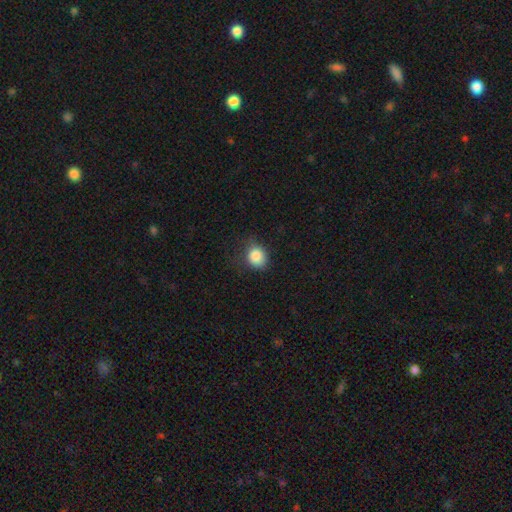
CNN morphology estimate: Smooth or featured: smooth — 85% (star or artifact — 10%)
How rounded: round — 62% (in between — 37%)
Merging: none — 65% (minor disturbance — 26%)